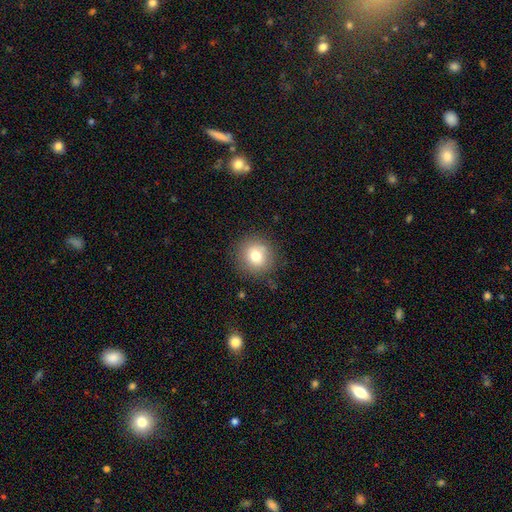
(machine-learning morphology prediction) smooth_or_featured: smooth (p=0.76) [alt: featured or disk p=0.12]
how_rounded: round (p=0.92) [alt: in between p=0.07]
merging: none (p=0.86) [alt: minor disturbance p=0.09]